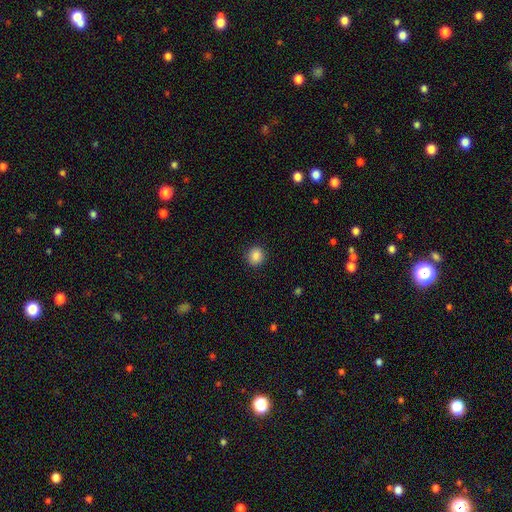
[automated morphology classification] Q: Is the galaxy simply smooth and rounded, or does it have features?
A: smooth — 87%.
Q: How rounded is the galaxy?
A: round — 88%.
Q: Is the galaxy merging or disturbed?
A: none — 91%.